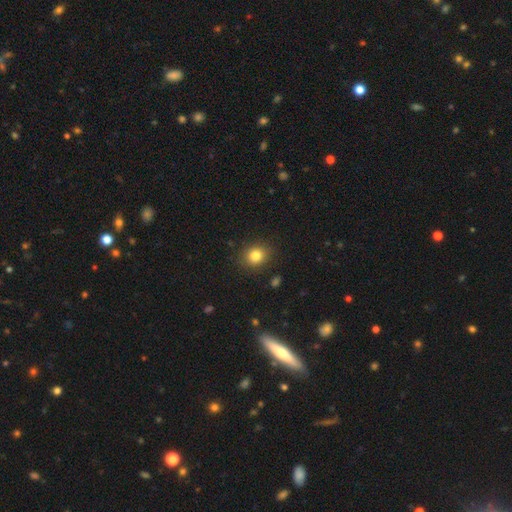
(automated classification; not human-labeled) This appears to be a smooth galaxy with no disk features (82%) that is round (72%). Merging: none (87%).